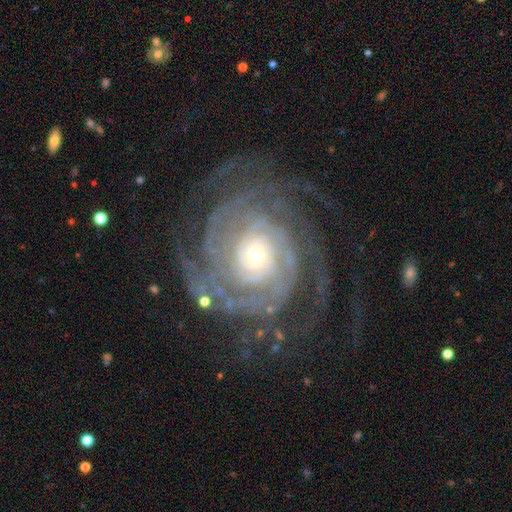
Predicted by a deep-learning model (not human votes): A featured or disk galaxy (91%) with no bar (77%), tight (78%) spiral arms (98%) and a small central bulge (64%). Merging: none (73%).